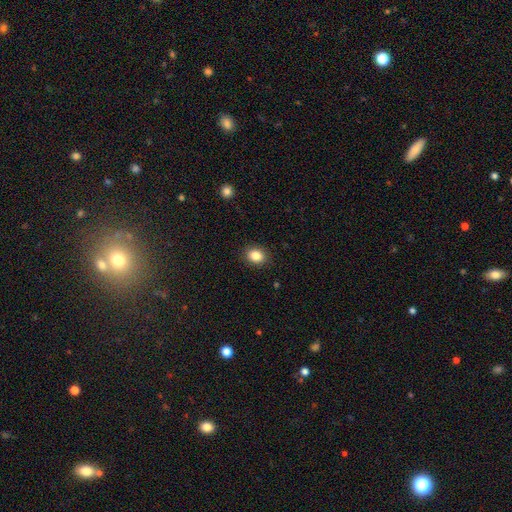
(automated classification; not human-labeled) A smooth galaxy with no disk features (85%) that is in between round and cigar-shaped (51%). Merging: none (89%).